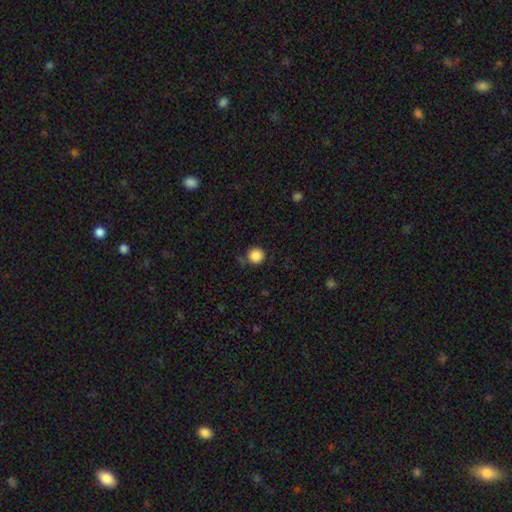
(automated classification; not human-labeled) smooth-or-featured: smooth: 87% | star or artifact: 10% | featured or disk: 4%
  how-rounded: round: 95% | in between: 4% | cigar-shaped: 1%
  merging: none: 80% | minor disturbance: 12% | major disturbance: 4% | merger: 4%